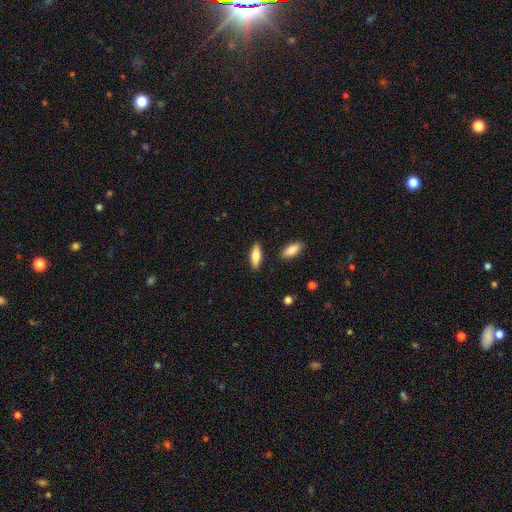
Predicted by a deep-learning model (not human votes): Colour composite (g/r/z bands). It shows a smooth galaxy with no disk features (79%) that is in between round and cigar-shaped (63%). Merging: none (86%).